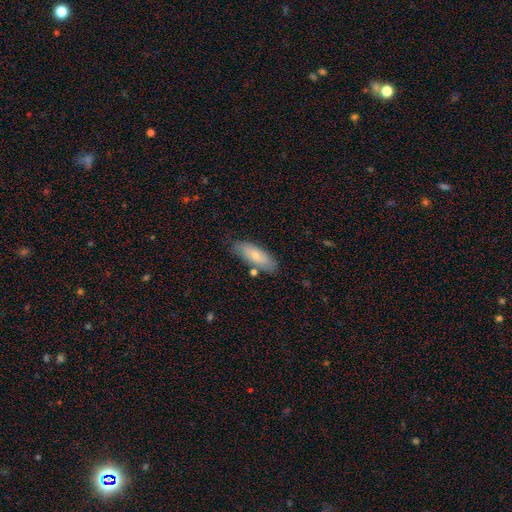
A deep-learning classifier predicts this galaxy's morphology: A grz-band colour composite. It shows a smooth galaxy with no disk features (72%) that is in between round and cigar-shaped (69%). Merging: none (77%).